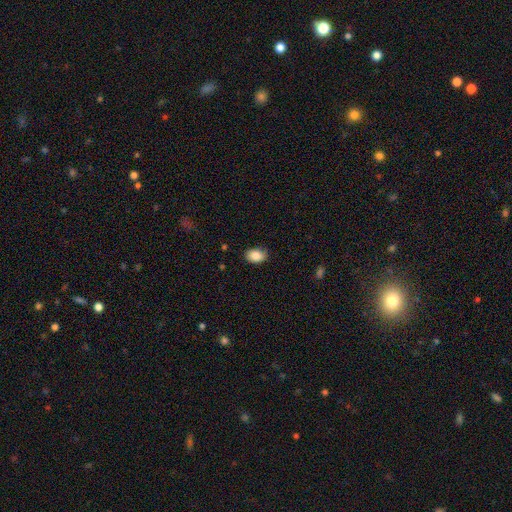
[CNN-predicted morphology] This is clearly a smooth galaxy (88%). How rounded: likely in between (76%). Merging: likely none (78%).